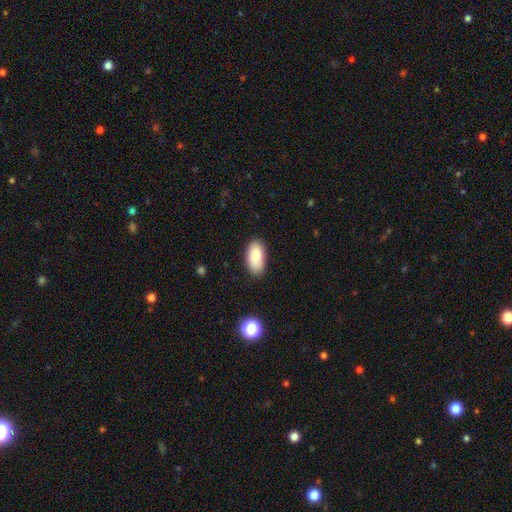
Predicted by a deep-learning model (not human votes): smooth 82%, featured or disk 10%, star or artifact 7%. Down the decision tree: how rounded — in between (93%); merging — none (84%).